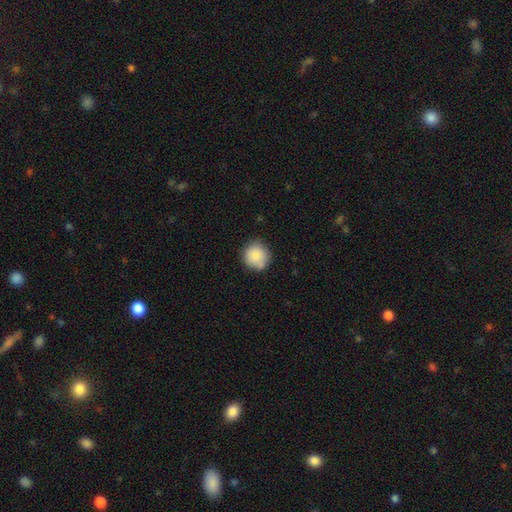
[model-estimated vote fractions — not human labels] Smooth or featured?
  - smooth: 85% *
  - star or artifact: 8%
  - featured or disk: 7%
How rounded?
  - round: 92% *
  - in between: 8%
  - cigar-shaped: 1%
Merging?
  - none: 73% *
  - minor disturbance: 16%
  - merger: 7%
  - major disturbance: 4%